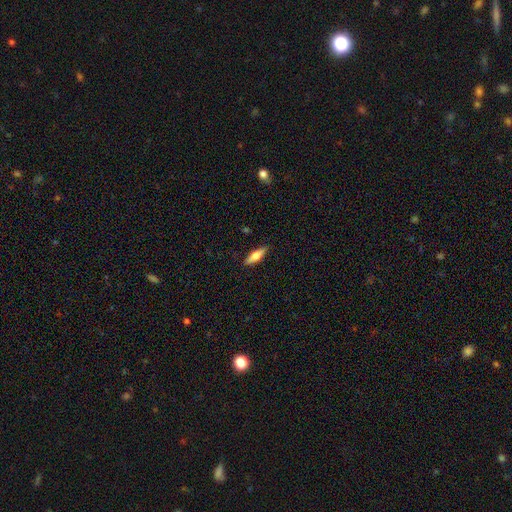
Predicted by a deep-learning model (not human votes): This appears to be a smooth galaxy with no disk features (57%) that is cigar-shaped (53%). Merging: none (88%).